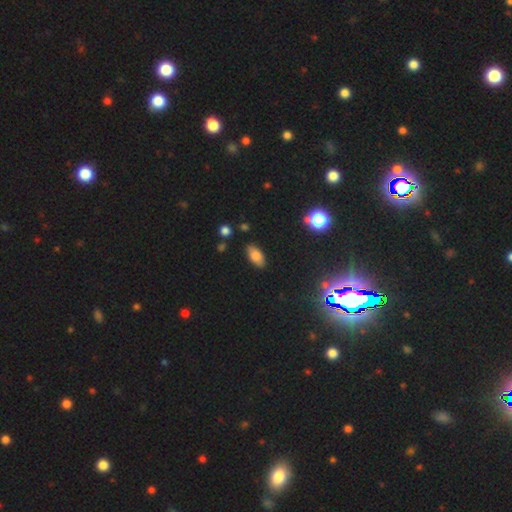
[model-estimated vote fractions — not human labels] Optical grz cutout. It shows a smooth galaxy with no disk features (77%) that is in between round and cigar-shaped (90%). Merging: none (85%).